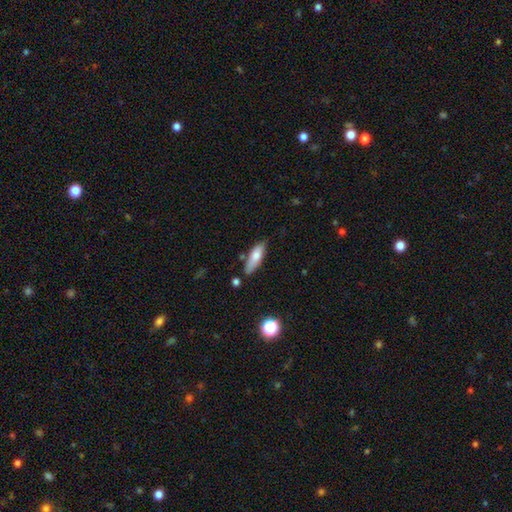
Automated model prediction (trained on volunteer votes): This appears to be a smooth galaxy with no disk features (74%) that is in between round and cigar-shaped (51%). Merging: none (72%).